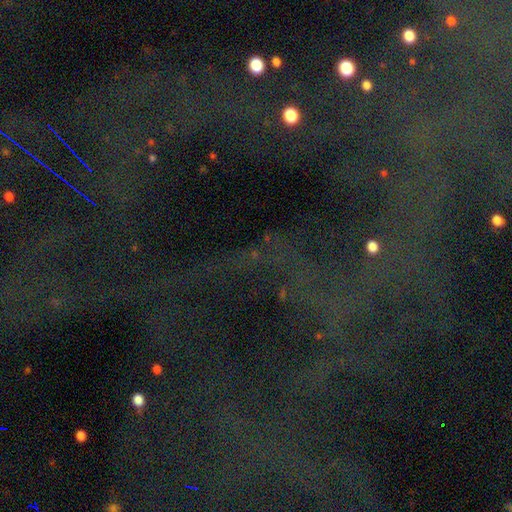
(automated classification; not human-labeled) This is likely a star or artifact rather than a galaxy (80%).